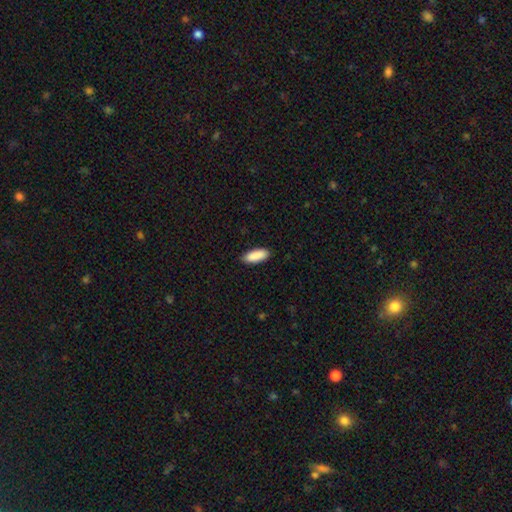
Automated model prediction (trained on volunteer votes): smooth-or-featured: smooth: 91% | star or artifact: 6% | featured or disk: 3%
  how-rounded: in between: 77% | cigar-shaped: 21% | round: 2%
  merging: none: 88% | minor disturbance: 9% | major disturbance: 2% | merger: 1%